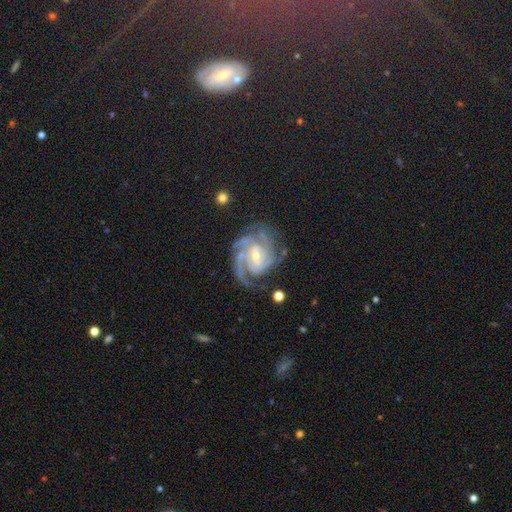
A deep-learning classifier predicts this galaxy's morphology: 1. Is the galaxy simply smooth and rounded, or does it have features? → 92% featured or disk, 5% star or artifact, 4% smooth.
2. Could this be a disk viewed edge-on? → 98% no, 2% yes.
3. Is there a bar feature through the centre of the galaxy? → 52% weak, 28% no, 21% strong.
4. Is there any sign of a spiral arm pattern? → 98% yes, 2% no.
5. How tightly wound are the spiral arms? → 64% tight, 32% medium, 4% loose.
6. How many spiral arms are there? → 38% 3, 22% 4, 15% 2, 13% can't tell, 6% more than 4, 6% 1.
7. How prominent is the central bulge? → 56% small, 40% moderate, 2% large, 2% none, 1% dominant.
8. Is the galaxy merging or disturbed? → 69% none, 18% minor disturbance, 10% major disturbance, 3% merger.